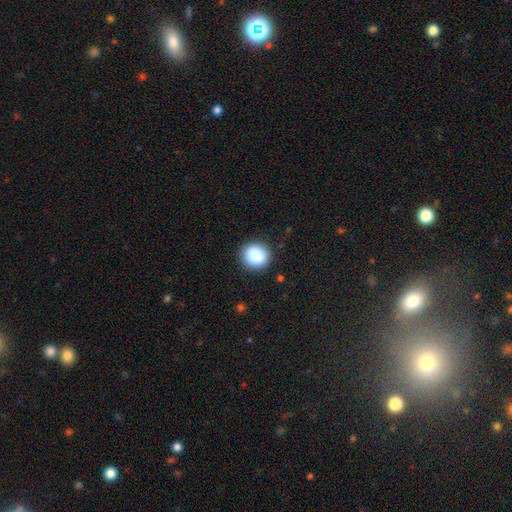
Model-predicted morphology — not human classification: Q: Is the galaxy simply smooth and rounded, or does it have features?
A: smooth — 86%.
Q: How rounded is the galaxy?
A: round — 89%.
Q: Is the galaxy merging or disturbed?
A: none — 84%.